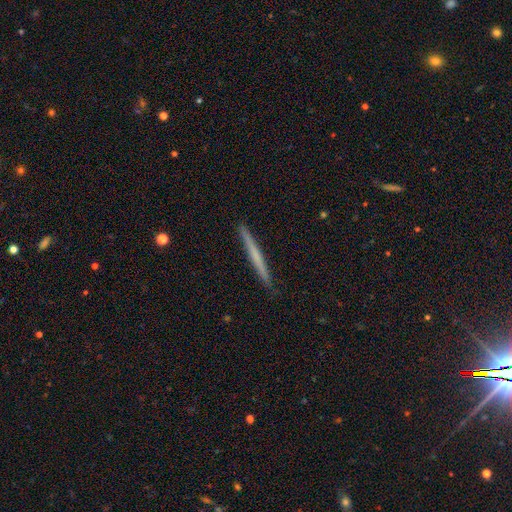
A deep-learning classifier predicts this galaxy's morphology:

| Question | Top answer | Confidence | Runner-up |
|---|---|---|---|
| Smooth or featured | featured or disk | 48% | smooth (47%) |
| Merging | none | 92% | minor disturbance (6%) |